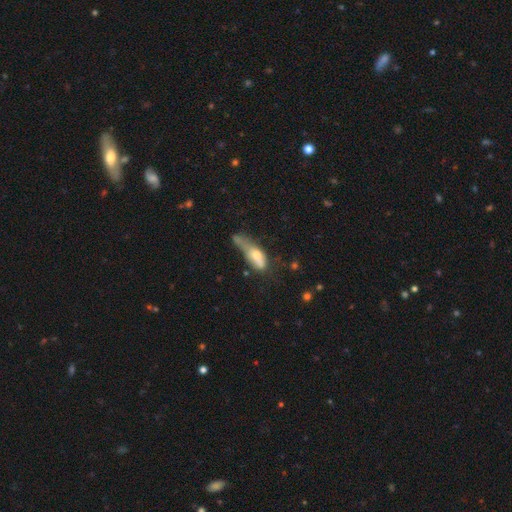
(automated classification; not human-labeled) smooth-or-featured: smooth: 58% | featured or disk: 32% | star or artifact: 10%
  how-rounded: in between: 54% | cigar-shaped: 41% | round: 4%
  merging: major disturbance: 36% | minor disturbance: 24% | merger: 21% | none: 19%